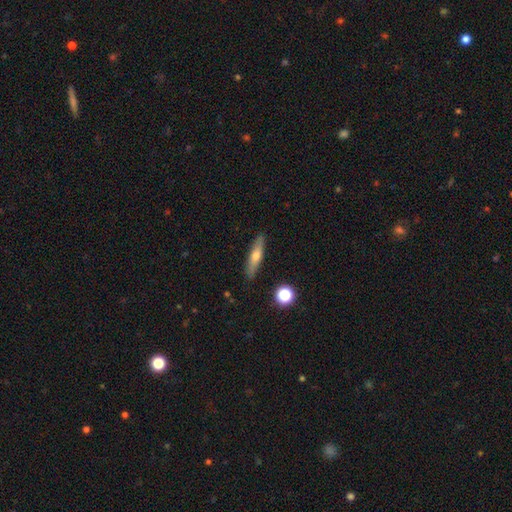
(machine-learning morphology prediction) Smooth or featured?
  - smooth: 52% *
  - featured or disk: 41%
  - star or artifact: 7%
How rounded?
  - cigar-shaped: 80% *
  - in between: 17%
  - round: 3%
Merging?
  - none: 89% *
  - minor disturbance: 8%
  - major disturbance: 2%
  - merger: 1%